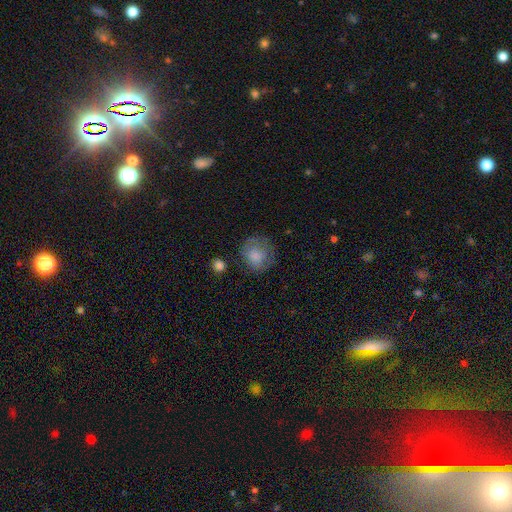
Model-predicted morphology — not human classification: smooth 77%, featured or disk 15%, star or artifact 8%. Down the decision tree: how rounded — round (82%); merging — none (65%).